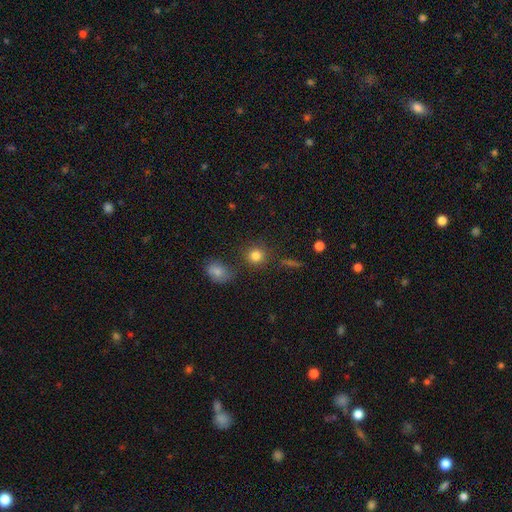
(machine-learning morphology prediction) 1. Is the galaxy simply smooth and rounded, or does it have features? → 83% smooth, 11% star or artifact, 6% featured or disk.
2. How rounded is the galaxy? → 86% round, 13% in between, 1% cigar-shaped.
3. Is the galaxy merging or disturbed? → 80% none, 10% minor disturbance, 7% merger, 4% major disturbance.